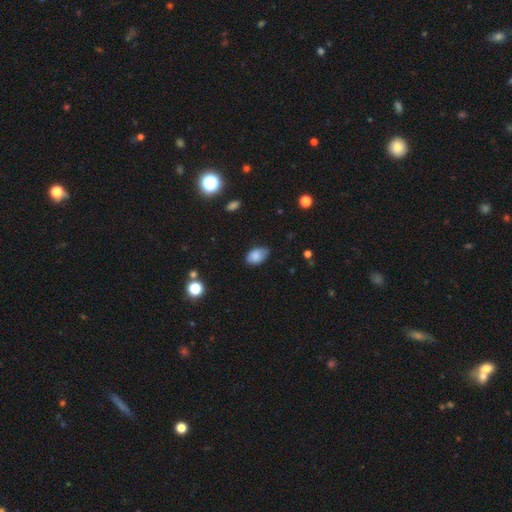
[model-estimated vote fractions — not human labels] Smooth or featured? Predicted: smooth (p=0.84). How rounded? Predicted: in between (p=0.89). Merging? Predicted: none (p=0.71).